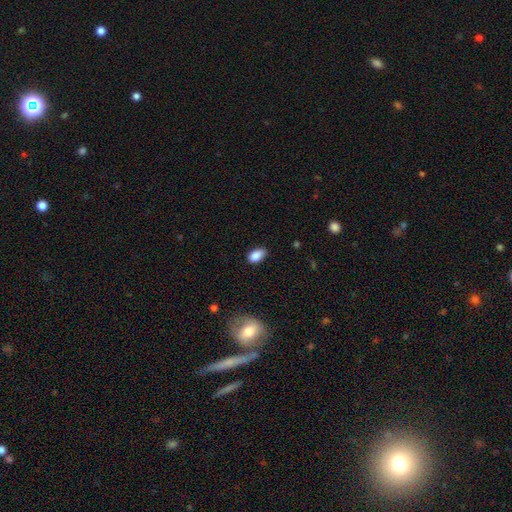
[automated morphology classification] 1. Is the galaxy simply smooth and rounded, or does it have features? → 87% smooth, 8% star or artifact, 5% featured or disk.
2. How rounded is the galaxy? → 92% in between, 6% round, 3% cigar-shaped.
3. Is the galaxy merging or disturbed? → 75% none, 20% minor disturbance, 3% major disturbance, 1% merger.